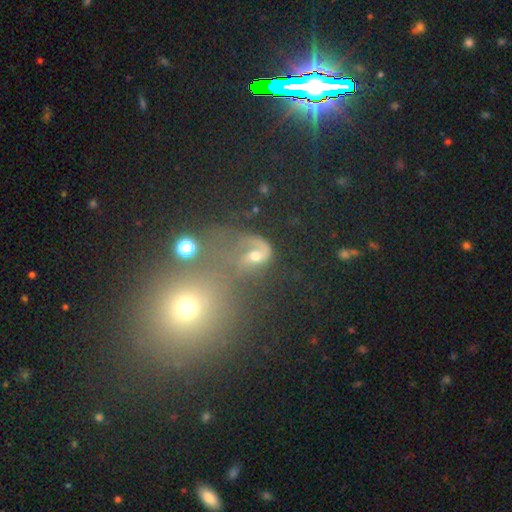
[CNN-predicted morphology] Smooth or featured?
  - featured or disk: 53% *
  - smooth: 30%
  - star or artifact: 17%
Edge-on disk?
  - no: 97% *
  - yes: 3%
Bar?
  - no: 61% *
  - weak: 28%
  - strong: 11%
Spiral arms?
  - yes: 74% *
  - no: 26%
Bulge size?
  - moderate: 63% *
  - small: 20%
  - large: 11%
  - none: 4%
  - dominant: 3%
Merging?
  - none: 32% *
  - major disturbance: 27%
  - merger: 26%
  - minor disturbance: 15%